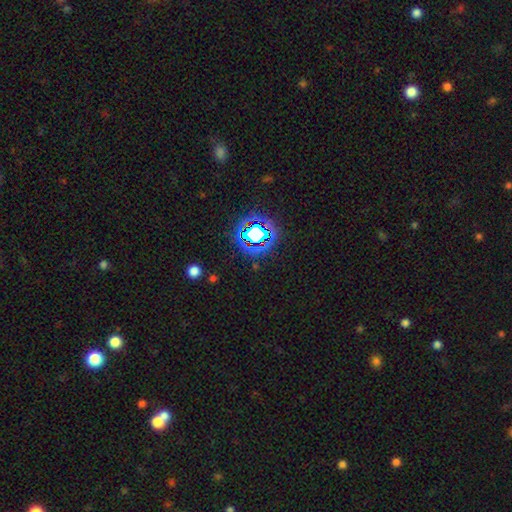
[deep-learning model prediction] A star or artifact, not a galaxy (76%).

Vote fractions:
- Smooth or featured? star or artifact: 76% / smooth: 16% / featured or disk: 8%